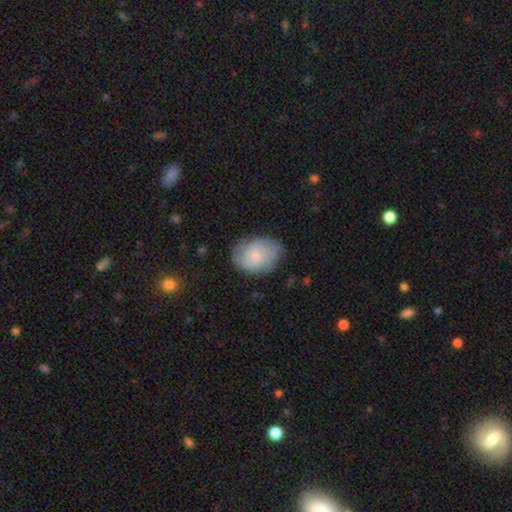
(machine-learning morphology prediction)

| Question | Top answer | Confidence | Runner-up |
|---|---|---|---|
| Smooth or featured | smooth | 55% | featured or disk (38%) |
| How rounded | in between | 63% | round (36%) |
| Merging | none | 66% | minor disturbance (25%) |